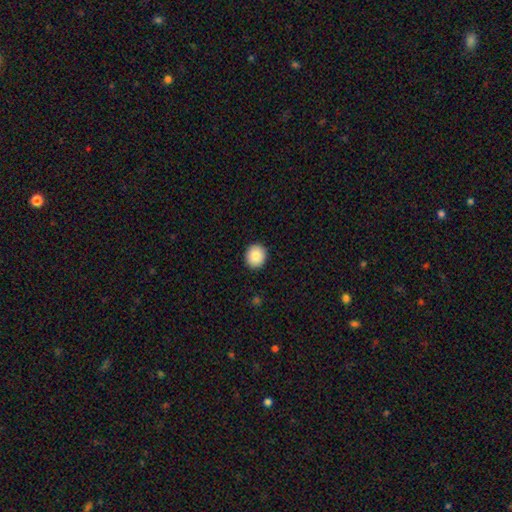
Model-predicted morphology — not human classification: The model was most divided on "how rounded": round: 77%, in between: 22%, cigar-shaped: 1%. More confident: merging — none (92%); smooth or featured — smooth (87%).